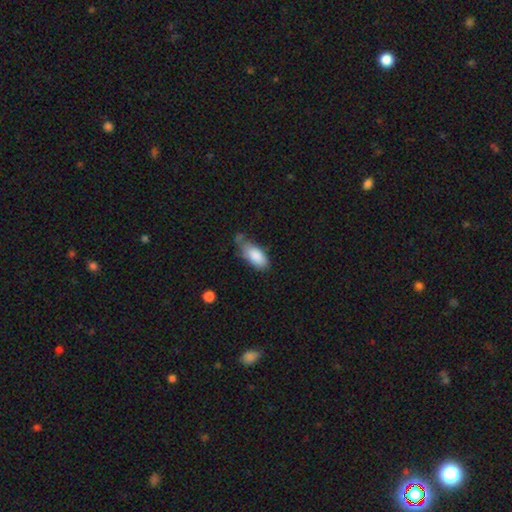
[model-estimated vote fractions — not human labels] Q: Smooth or featured?
A: smooth (85%); runner-up: featured or disk (9%)
Q: How rounded?
A: in between (88%); runner-up: cigar-shaped (10%)
Q: Merging?
A: none (46%); runner-up: minor disturbance (37%)